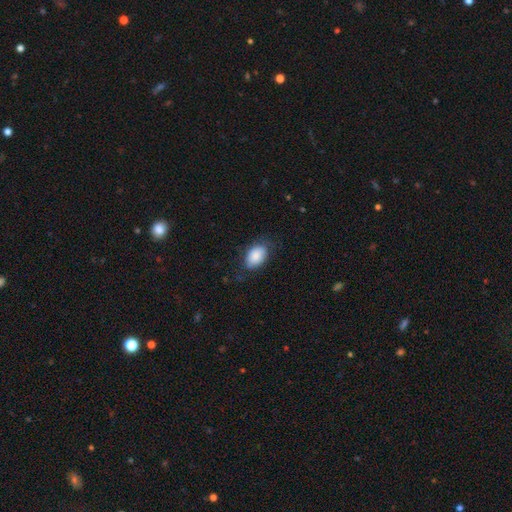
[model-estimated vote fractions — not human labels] Q: Smooth or featured?
A: smooth (84%); runner-up: featured or disk (9%)
Q: How rounded?
A: in between (86%); runner-up: round (13%)
Q: Merging?
A: none (69%); runner-up: minor disturbance (23%)